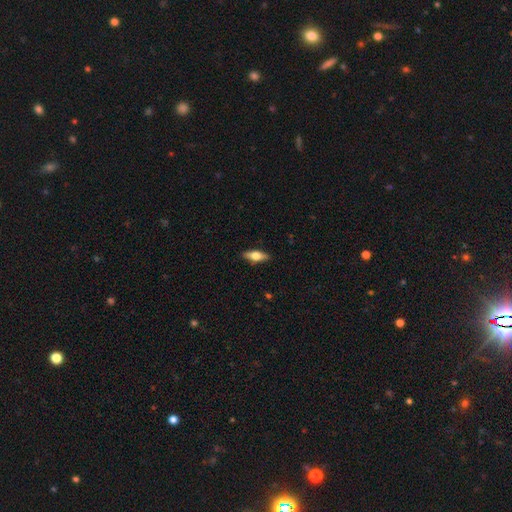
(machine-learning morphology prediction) type=smooth (48%); merging=none (89%).